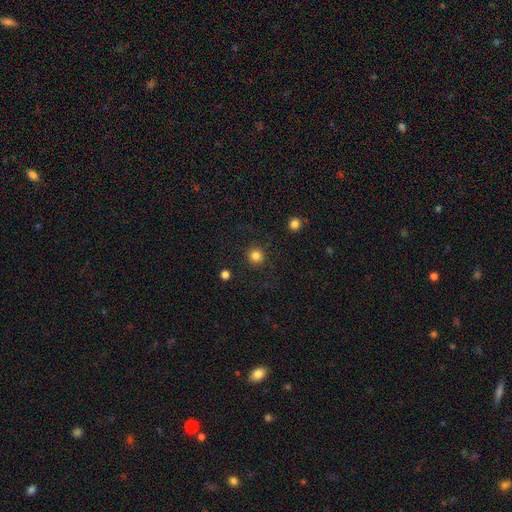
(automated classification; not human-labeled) smooth 84%, star or artifact 12%, featured or disk 5%. Down the decision tree: how rounded — round (95%); merging — none (90%).